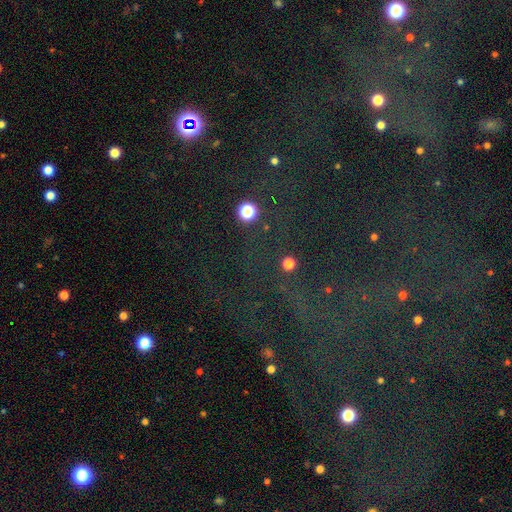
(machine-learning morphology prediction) Smooth or featured: star or artifact — 79% (smooth — 12%)